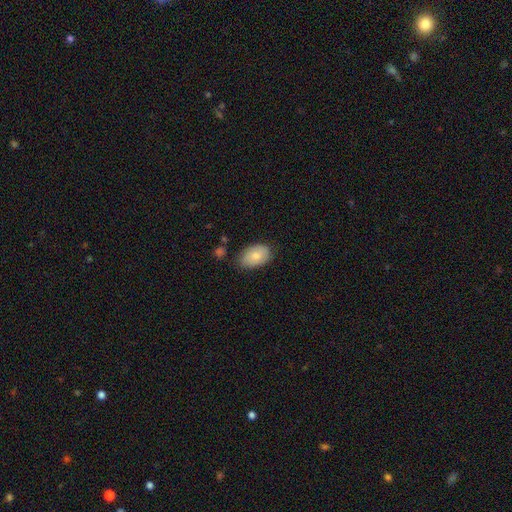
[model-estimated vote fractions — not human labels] smooth-or-featured: smooth: 79% | featured or disk: 14% | star or artifact: 7%
  how-rounded: in between: 89% | round: 10% | cigar-shaped: 1%
  merging: none: 70% | minor disturbance: 23% | major disturbance: 4% | merger: 2%